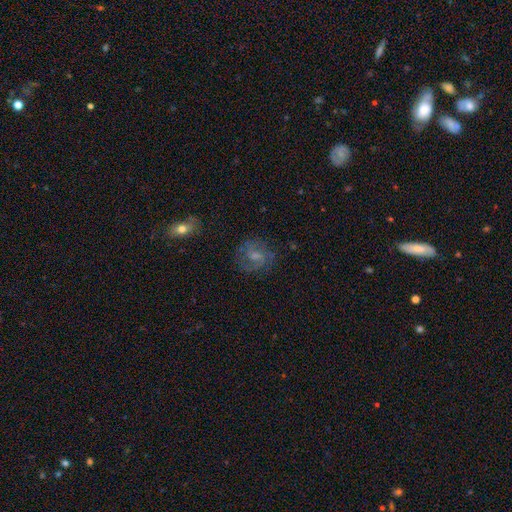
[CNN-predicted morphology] A featured or disk galaxy (62%) with a weak bar (49%), 2 (68%) medium (48%) spiral arms (87%) and a moderate central bulge (37%). Merging: none (75%).